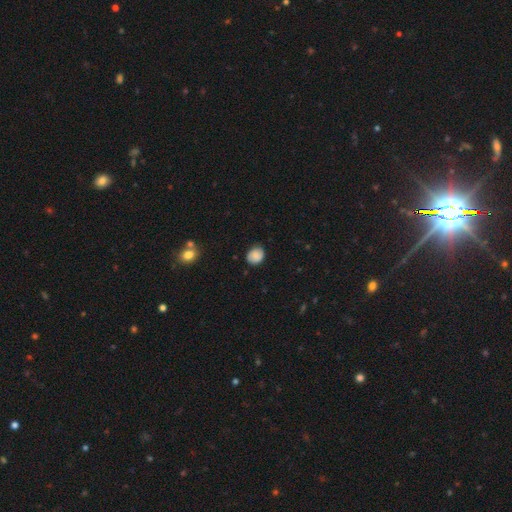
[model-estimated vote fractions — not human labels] This appears to be a smooth galaxy with no disk features (78%) that is round (65%). Merging: none (79%).